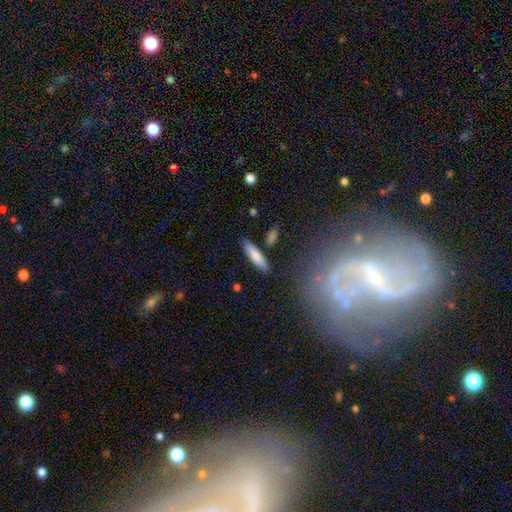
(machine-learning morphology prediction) smooth-or-featured: smooth: 80% | featured or disk: 14% | star or artifact: 6%
  how-rounded: cigar-shaped: 72% | in between: 27% | round: 2%
  merging: none: 83% | minor disturbance: 10% | merger: 4% | major disturbance: 2%